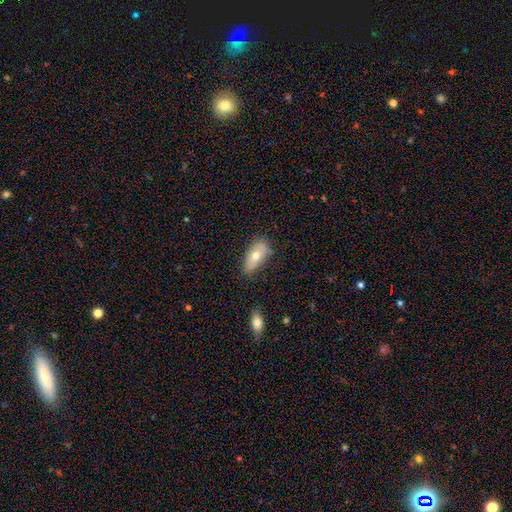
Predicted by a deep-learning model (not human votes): This is likely a smooth galaxy (68%). How rounded: clearly in between (84%). Merging: likely none (72%).